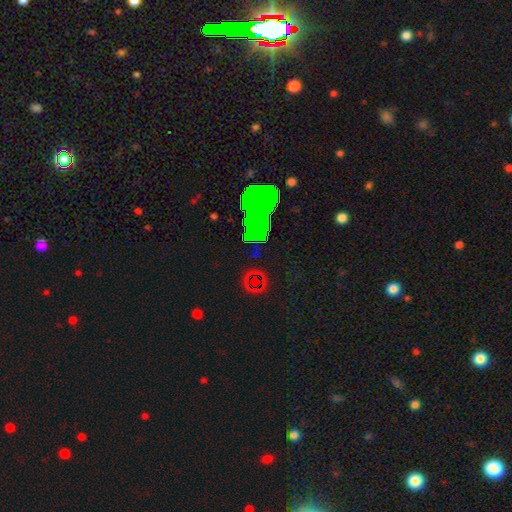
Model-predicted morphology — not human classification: type=star or artifact (56%).